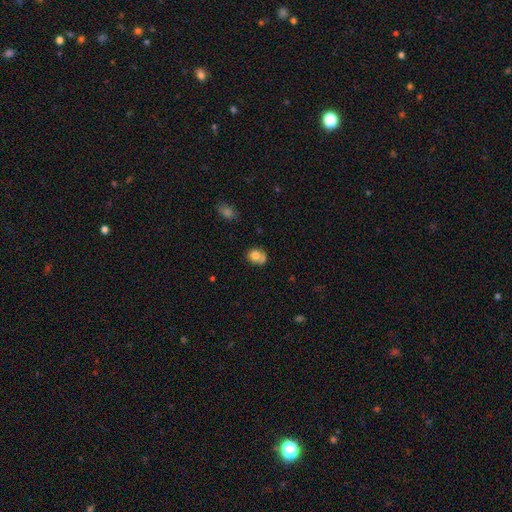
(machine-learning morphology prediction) type=smooth (75%); roundness=round (67%); merging=none (45%).